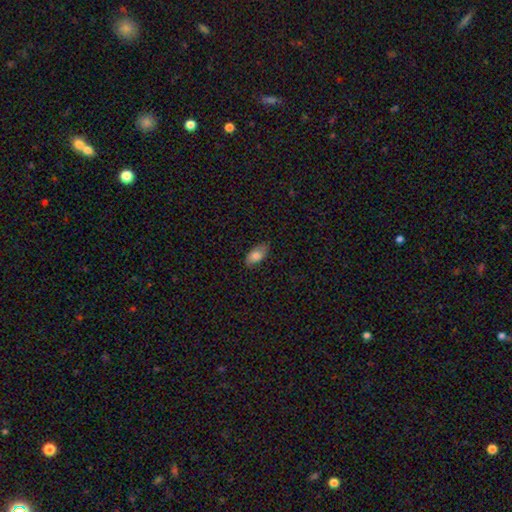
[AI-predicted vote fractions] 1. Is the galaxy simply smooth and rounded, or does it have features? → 80% smooth, 13% featured or disk, 7% star or artifact.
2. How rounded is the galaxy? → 92% in between, 6% cigar-shaped, 3% round.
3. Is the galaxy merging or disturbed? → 80% none, 16% minor disturbance, 3% major disturbance, 1% merger.